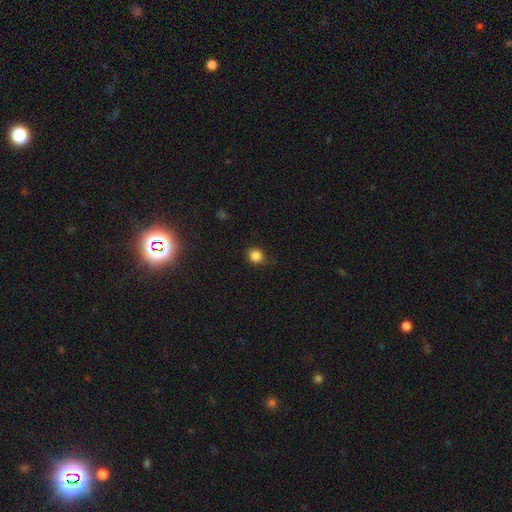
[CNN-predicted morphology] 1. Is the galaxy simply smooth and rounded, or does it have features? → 84% smooth, 12% star or artifact, 5% featured or disk.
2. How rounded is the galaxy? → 79% round, 20% in between, 1% cigar-shaped.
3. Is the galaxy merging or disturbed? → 73% none, 20% minor disturbance, 5% major disturbance, 1% merger.